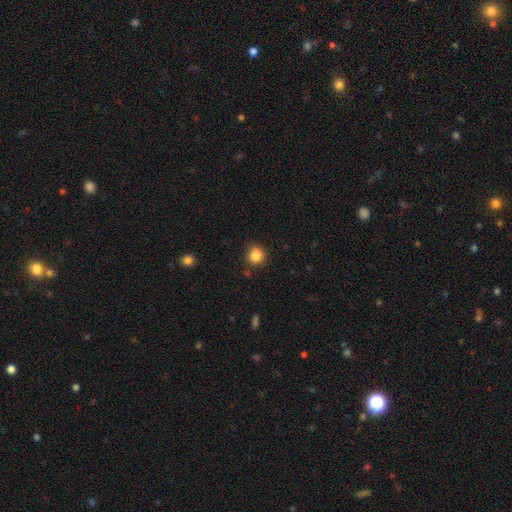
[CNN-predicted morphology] This is clearly a smooth galaxy (85%). How rounded: clearly round (83%). Merging: clearly none (80%).